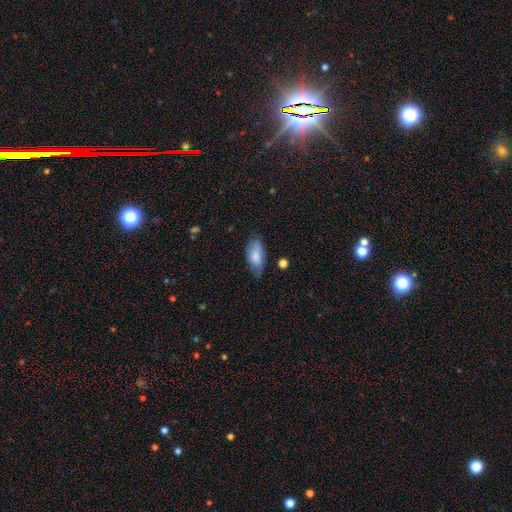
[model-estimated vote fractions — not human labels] Smooth or featured? Predicted: smooth (p=0.79). How rounded? Predicted: in between (p=0.90). Merging? Predicted: none (p=0.60).